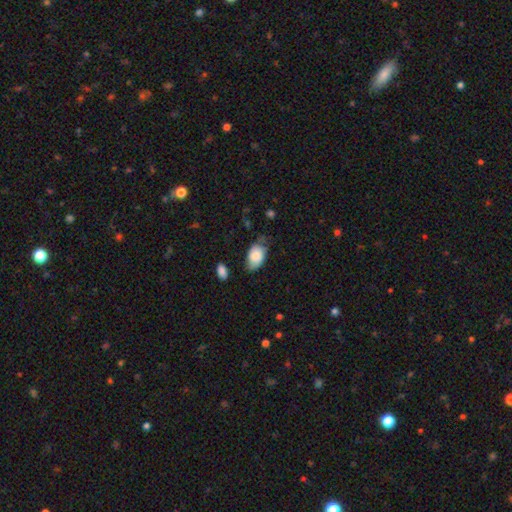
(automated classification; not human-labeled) smooth 77%, featured or disk 16%, star or artifact 7%. Down the decision tree: how rounded — in between (90%); merging — none (47%).